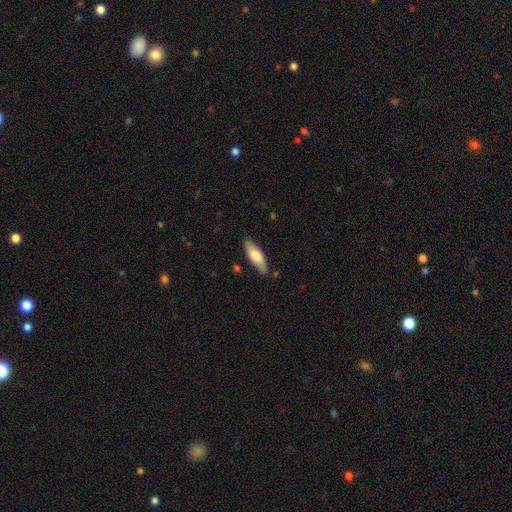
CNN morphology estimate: The model was most divided on "how rounded": in between: 58%, cigar-shaped: 40%, round: 2%. More confident: merging — none (83%); smooth or featured — smooth (74%).